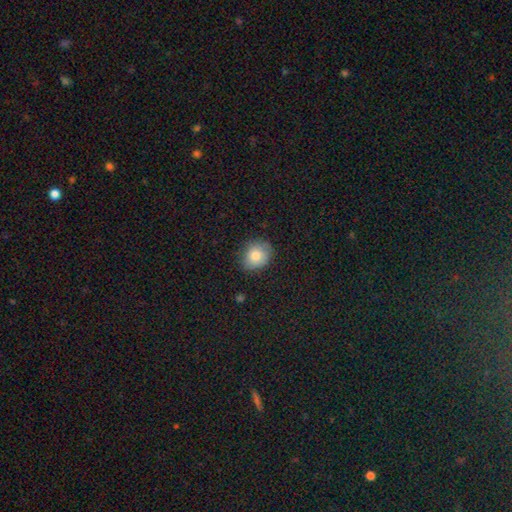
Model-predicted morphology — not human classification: smooth 82%, featured or disk 9%, star or artifact 9%. Down the decision tree: how rounded — round (64%); merging — none (81%).